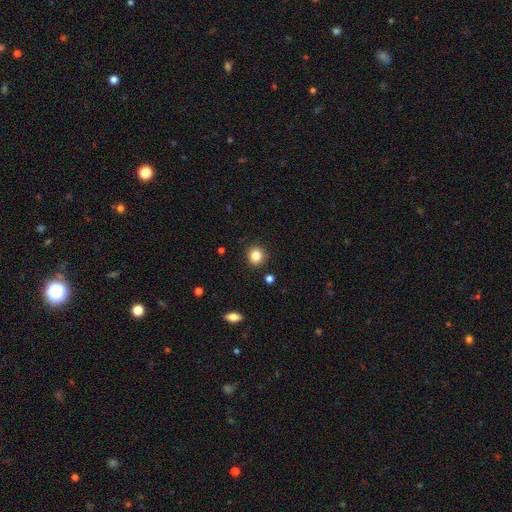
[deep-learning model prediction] Overall: smooth (85%). How rounded: round (89%). Merging: none (89%).